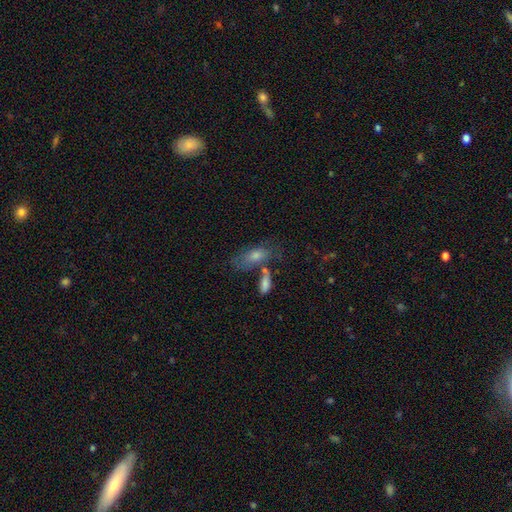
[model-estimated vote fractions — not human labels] Smooth or featured: smooth — 57% (featured or disk — 30%)
How rounded: in between — 77% (cigar-shaped — 17%)
Merging: none — 45% (merger — 26%)